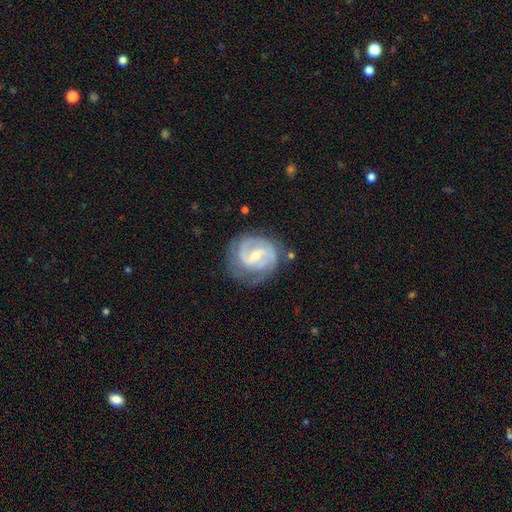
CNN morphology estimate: Smooth or featured?
  - featured or disk: 87% *
  - smooth: 8%
  - star or artifact: 5%
Edge-on disk?
  - no: 98% *
  - yes: 2%
Bar?
  - weak: 56% *
  - strong: 24%
  - no: 20%
Spiral arms?
  - yes: 96% *
  - no: 4%
Spiral winding?
  - tight: 45% *
  - medium: 44%
  - loose: 11%
Spiral arm count?
  - 2: 67% *
  - 3: 13%
  - can't tell: 12%
  - 1: 3%
  - 4: 2%
  - more than 4: 2%
Bulge size?
  - small: 55% *
  - moderate: 39%
  - none: 3%
  - large: 2%
  - dominant: 1%
Merging?
  - none: 71% *
  - minor disturbance: 19%
  - major disturbance: 8%
  - merger: 2%